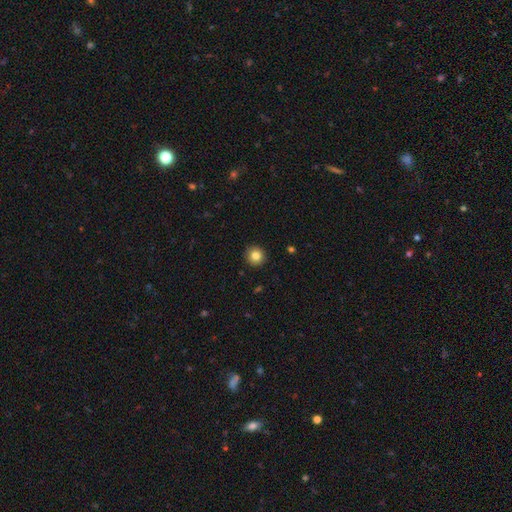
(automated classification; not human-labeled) Q: Smooth or featured?
A: smooth (83%); runner-up: star or artifact (10%)
Q: How rounded?
A: round (94%); runner-up: in between (5%)
Q: Merging?
A: none (93%); runner-up: minor disturbance (5%)